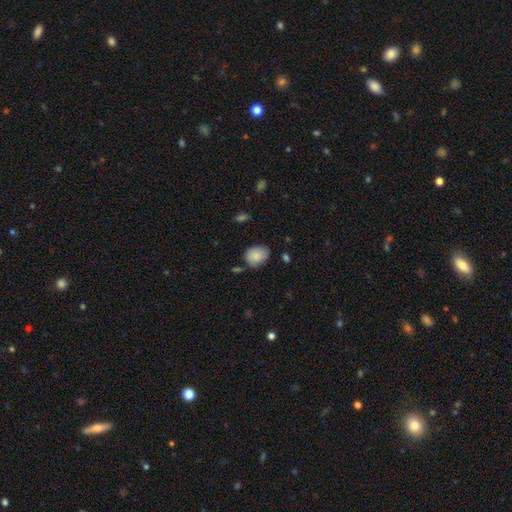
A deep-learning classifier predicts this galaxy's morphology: A smooth galaxy with no disk features (81%) that is in between round and cigar-shaped (55%).

Vote fractions:
- Smooth or featured? smooth: 81% / featured or disk: 11% / star or artifact: 7%
- How rounded? in between: 55% / round: 44% / cigar-shaped: 1%
- Merging? none: 62% / minor disturbance: 29% / major disturbance: 6% / merger: 4%